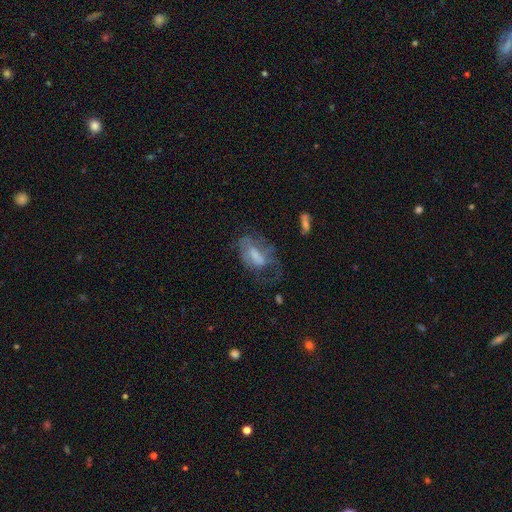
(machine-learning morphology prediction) Smooth or featured?
  - featured or disk: 49% *
  - smooth: 41%
  - star or artifact: 10%
Merging?
  - major disturbance: 45% *
  - none: 31%
  - minor disturbance: 21%
  - merger: 4%